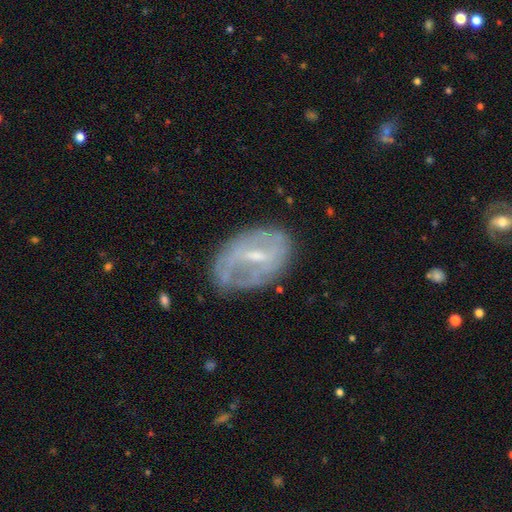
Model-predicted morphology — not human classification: Q: Smooth or featured?
A: featured or disk (68%); runner-up: smooth (24%)
Q: Edge-on disk?
A: no (95%); runner-up: yes (5%)
Q: Bar?
A: weak (52%); runner-up: strong (30%)
Q: Spiral arms?
A: yes (53%); runner-up: no (47%)
Q: Bulge size?
A: small (56%); runner-up: moderate (33%)
Q: Merging?
A: none (58%); runner-up: minor disturbance (27%)